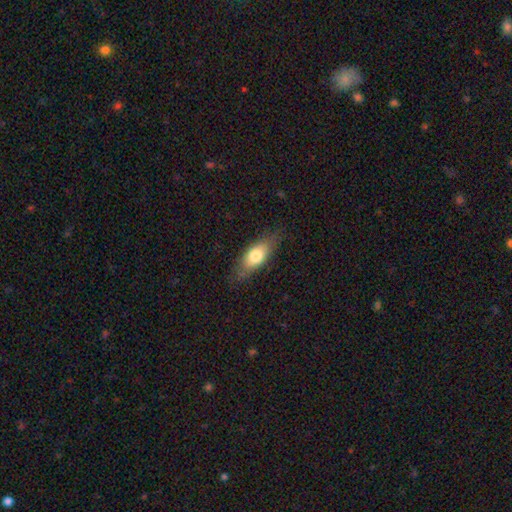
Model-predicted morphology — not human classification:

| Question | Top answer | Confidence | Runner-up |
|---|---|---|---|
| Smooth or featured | smooth | 71% | featured or disk (23%) |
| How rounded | in between | 79% | cigar-shaped (17%) |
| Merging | none | 74% | minor disturbance (19%) |